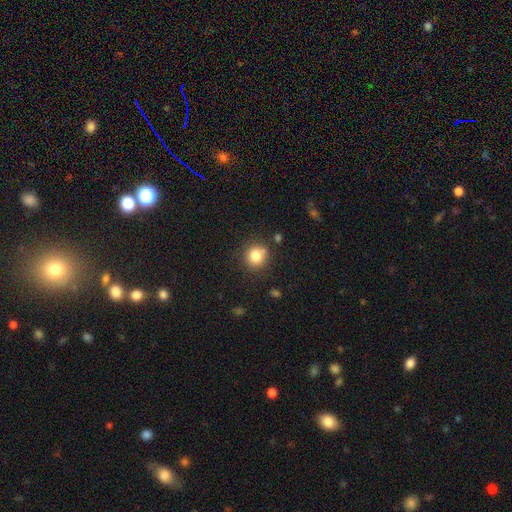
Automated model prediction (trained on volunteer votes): A smooth galaxy with no disk features (81%) that is round (87%).

Vote fractions:
- Smooth or featured? smooth: 81% / star or artifact: 11% / featured or disk: 7%
- How rounded? round: 87% / in between: 12% / cigar-shaped: 1%
- Merging? none: 78% / minor disturbance: 13% / merger: 6% / major disturbance: 3%